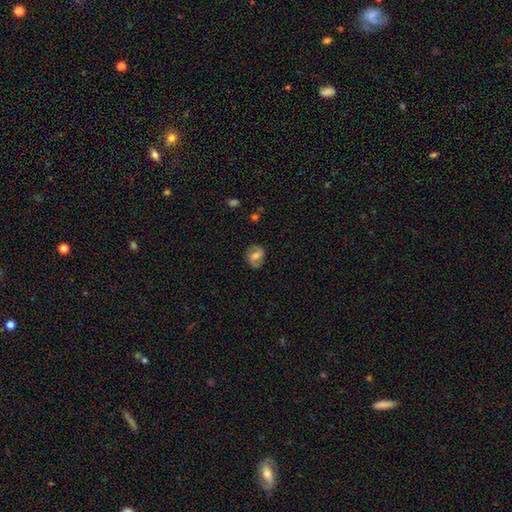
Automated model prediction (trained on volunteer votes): The model was most divided on "bar": weak: 44%, strong: 33%, no: 23%. More confident: edge-on disk — no (96%); spiral arms — yes (78%); merging — none (77%); bulge size — moderate (56%); smooth or featured — featured or disk (56%).